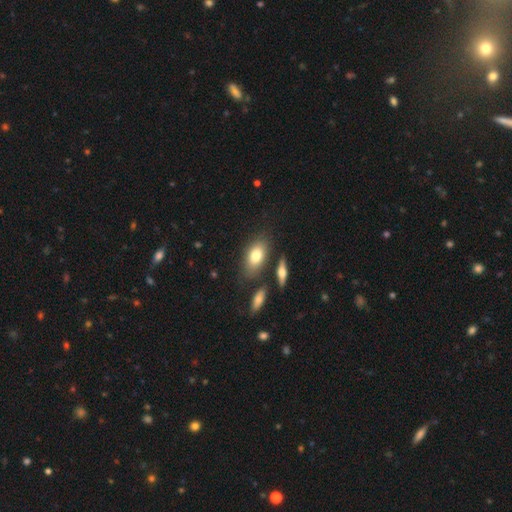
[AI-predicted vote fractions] This is likely a smooth galaxy (77%). How rounded: clearly in between (88%). Merging: likely none (71%).